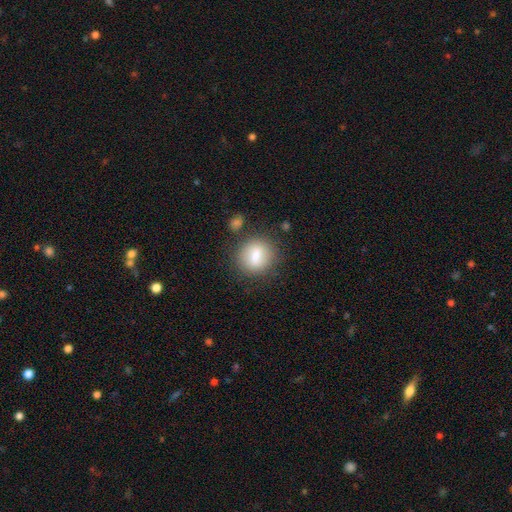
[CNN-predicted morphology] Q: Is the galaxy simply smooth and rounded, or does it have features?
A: smooth — 72%.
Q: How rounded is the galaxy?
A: round — 70%.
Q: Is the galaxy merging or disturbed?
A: none — 75%.